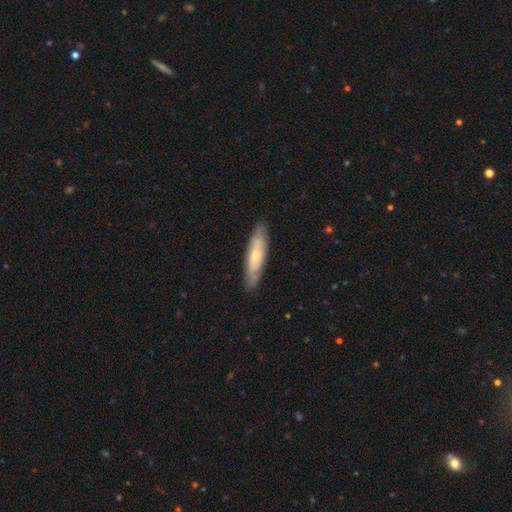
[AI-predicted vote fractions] The model was most divided on "smooth or featured": featured or disk: 48%, smooth: 46%, star or artifact: 6%. More confident: merging — none (83%).